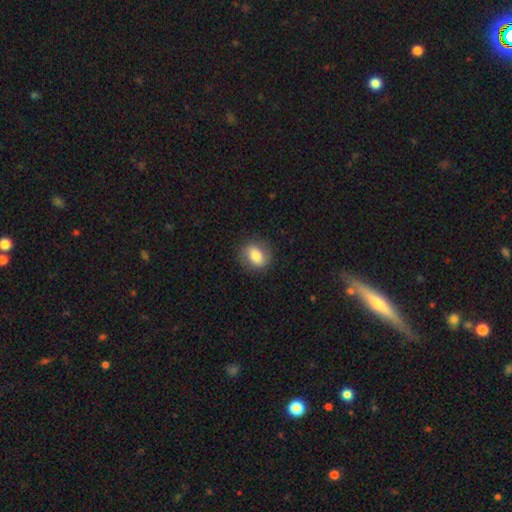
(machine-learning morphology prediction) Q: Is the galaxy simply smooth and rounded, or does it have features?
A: smooth — 75%.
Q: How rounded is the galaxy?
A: in between — 51%.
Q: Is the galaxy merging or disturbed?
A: none — 85%.